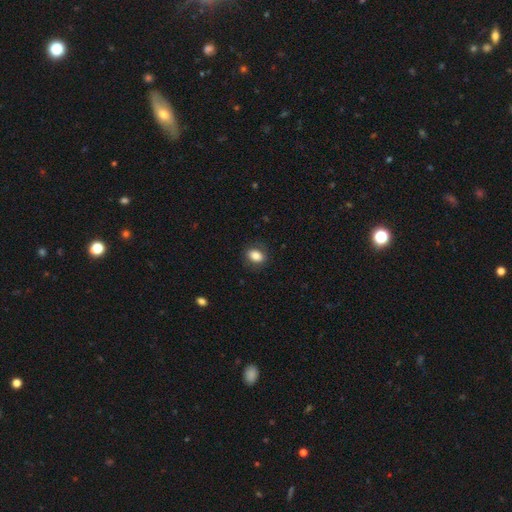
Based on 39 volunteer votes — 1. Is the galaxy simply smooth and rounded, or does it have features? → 79% smooth, 13% featured or disk, 8% star or artifact.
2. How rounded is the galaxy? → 74% in between, 26% round, 0% cigar-shaped.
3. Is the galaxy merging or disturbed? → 83% none, 14% minor disturbance, 3% major disturbance, 0% merger.